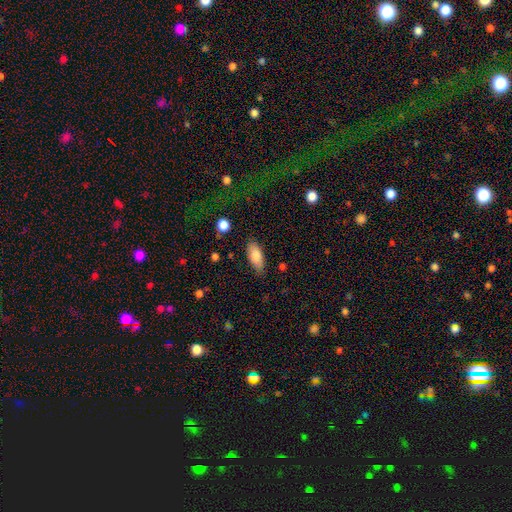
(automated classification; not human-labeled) A smooth galaxy with no disk features (83%) that is in between round and cigar-shaped (87%). Merging: none (81%).